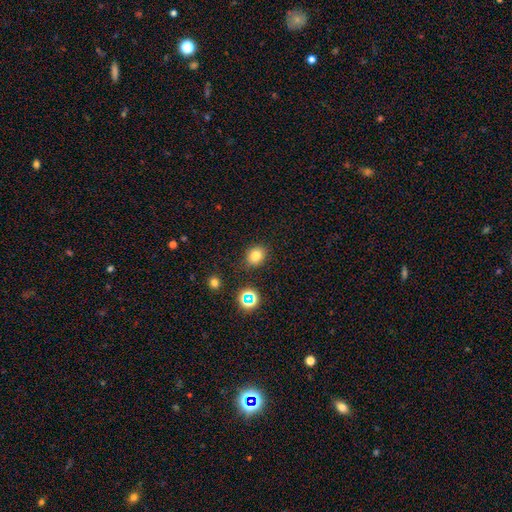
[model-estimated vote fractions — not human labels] The model was most divided on "how rounded": round: 63%, in between: 37%, cigar-shaped: 1%. More confident: merging — none (83%); smooth or featured — smooth (77%).